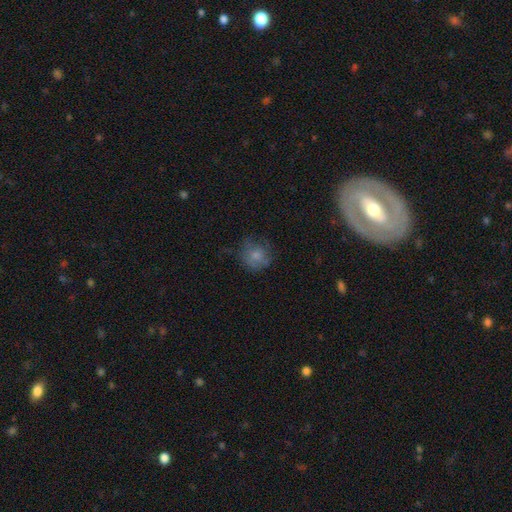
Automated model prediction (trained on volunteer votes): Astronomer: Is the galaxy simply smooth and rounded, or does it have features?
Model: smooth — 72%.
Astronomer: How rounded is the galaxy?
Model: round — 84%.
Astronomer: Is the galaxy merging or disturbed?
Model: none — 62%.